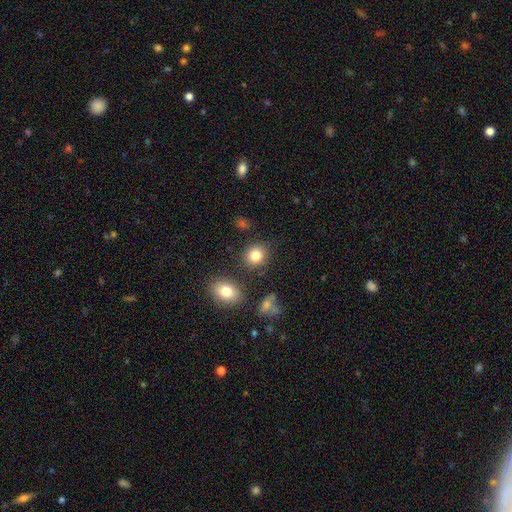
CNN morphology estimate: smooth 83%, star or artifact 11%, featured or disk 7%. Down the decision tree: how rounded — round (78%); merging — none (83%).